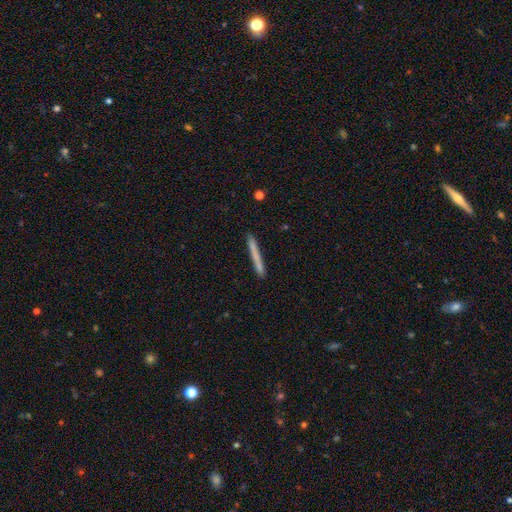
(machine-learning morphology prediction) Q: Smooth or featured?
A: smooth (66%); runner-up: featured or disk (28%)
Q: How rounded?
A: cigar-shaped (97%); runner-up: in between (2%)
Q: Merging?
A: none (89%); runner-up: minor disturbance (8%)